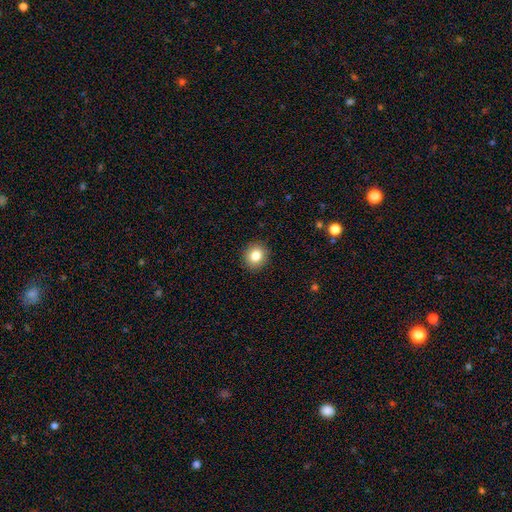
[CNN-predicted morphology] smooth-or-featured: smooth: 83% | star or artifact: 10% | featured or disk: 8%
  how-rounded: round: 83% | in between: 16% | cigar-shaped: 1%
  merging: none: 91% | minor disturbance: 6% | major disturbance: 2% | merger: 1%